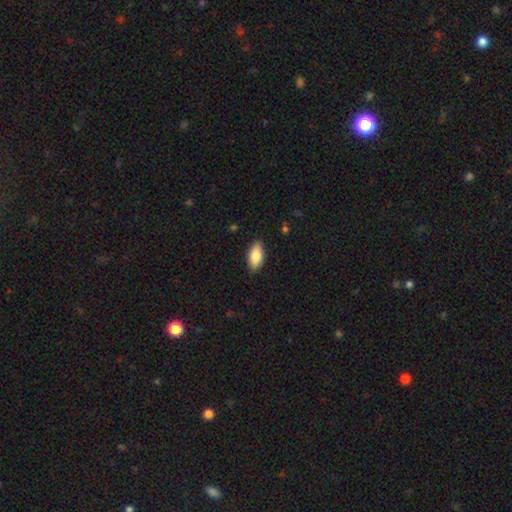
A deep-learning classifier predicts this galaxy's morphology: A smooth galaxy with no disk features (83%) that is in between round and cigar-shaped (90%). Merging: none (87%).